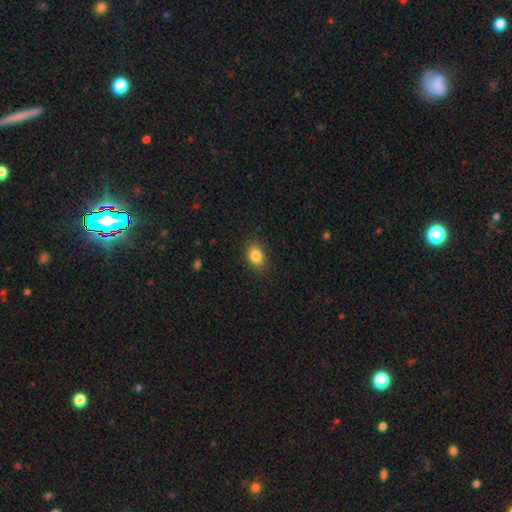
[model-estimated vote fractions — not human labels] Q: Smooth or featured?
A: smooth (85%); runner-up: star or artifact (9%)
Q: How rounded?
A: in between (69%); runner-up: round (30%)
Q: Merging?
A: none (85%); runner-up: minor disturbance (11%)